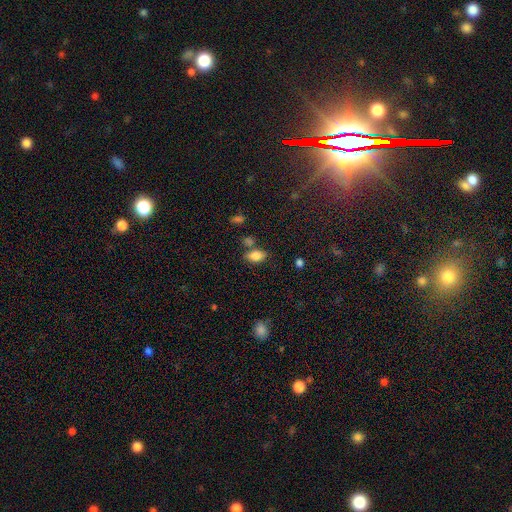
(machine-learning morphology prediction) smooth 83%, star or artifact 9%, featured or disk 8%. Down the decision tree: how rounded — in between (89%); merging — none (68%).